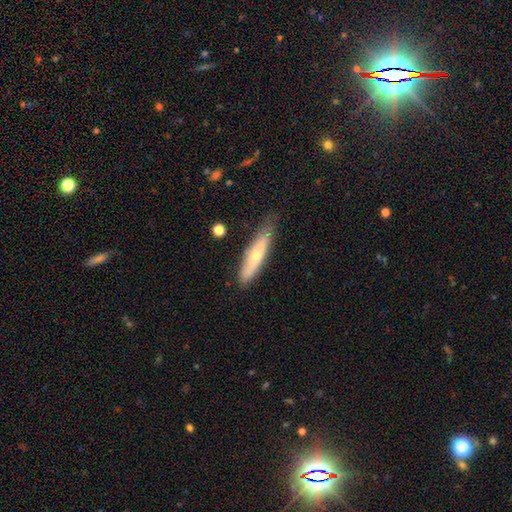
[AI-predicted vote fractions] Smooth or featured? smooth (56%)
How rounded? cigar-shaped (76%)
Merging? none (72%)